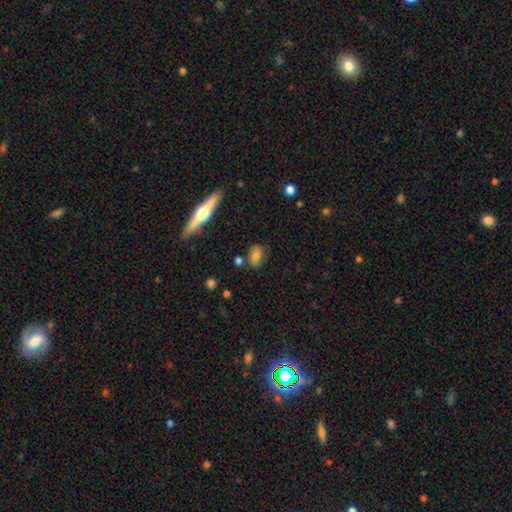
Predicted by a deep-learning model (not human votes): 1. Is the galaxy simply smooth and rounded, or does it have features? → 67% smooth, 23% featured or disk, 10% star or artifact.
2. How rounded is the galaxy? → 77% in between, 19% round, 5% cigar-shaped.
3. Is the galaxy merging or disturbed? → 77% none, 15% minor disturbance, 4% merger, 4% major disturbance.